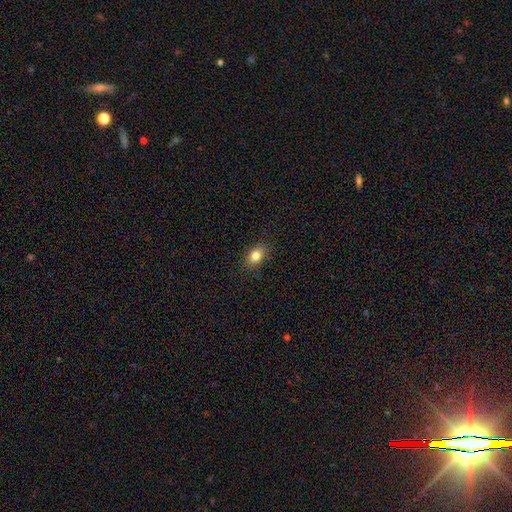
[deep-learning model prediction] smooth 83%, star or artifact 10%, featured or disk 7%. Down the decision tree: how rounded — in between (76%); merging — none (86%).